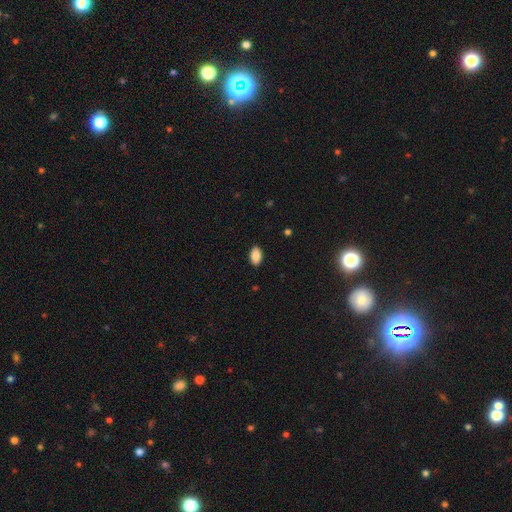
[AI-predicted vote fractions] smooth 88%, star or artifact 7%, featured or disk 4%. Down the decision tree: how rounded — in between (93%); merging — none (89%).